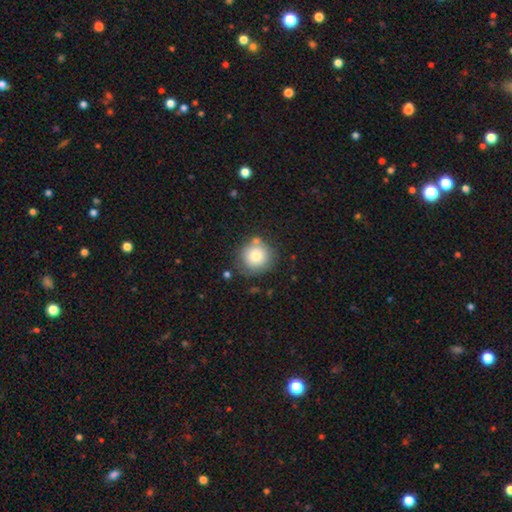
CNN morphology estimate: Q: Smooth or featured?
A: smooth (78%); runner-up: featured or disk (13%)
Q: How rounded?
A: round (92%); runner-up: in between (7%)
Q: Merging?
A: none (71%); runner-up: minor disturbance (16%)